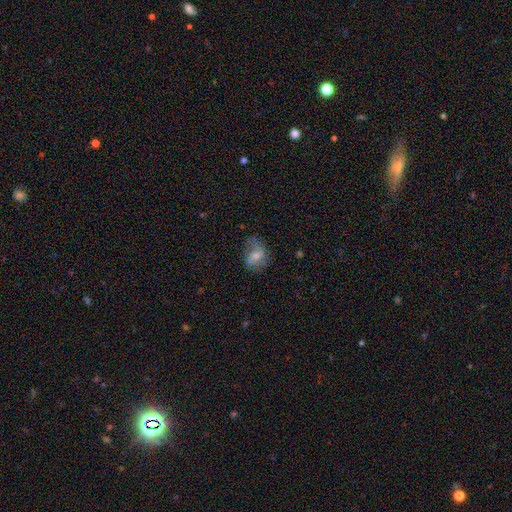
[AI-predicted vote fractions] Q: Smooth or featured?
A: featured or disk (51%); runner-up: smooth (36%)
Q: Edge-on disk?
A: no (96%); runner-up: yes (4%)
Q: Merging?
A: none (56%); runner-up: minor disturbance (27%)